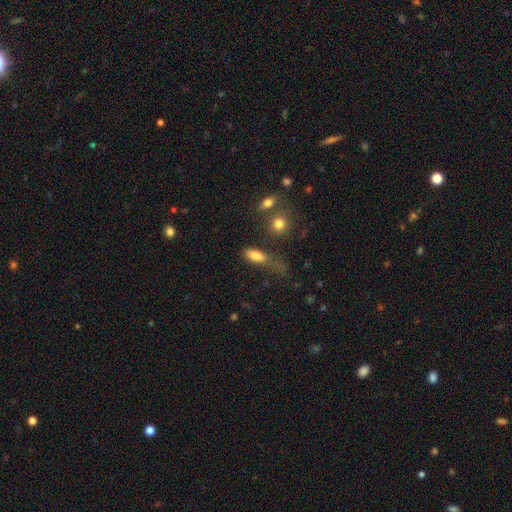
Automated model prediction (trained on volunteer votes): Smooth or featured? Predicted: smooth (p=0.82). How rounded? Predicted: in between (p=0.77). Merging? Predicted: none (p=0.39).